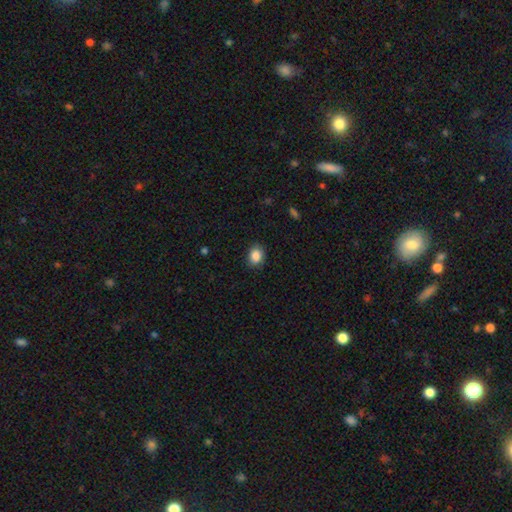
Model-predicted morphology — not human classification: type=smooth (86%); roundness=in between (57%); merging=none (84%).